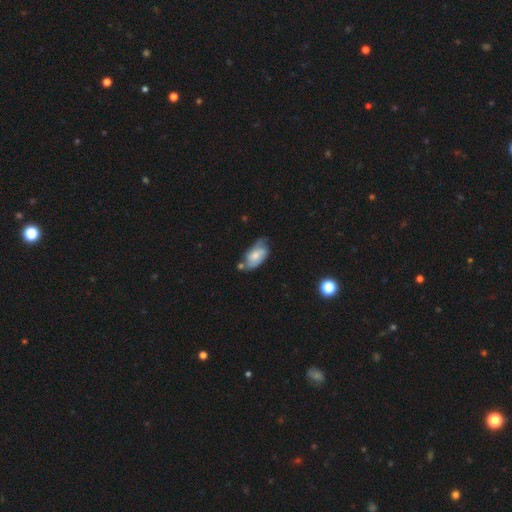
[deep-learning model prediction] Smooth or featured?
  - smooth: 53% *
  - featured or disk: 40%
  - star or artifact: 7%
How rounded?
  - in between: 91% *
  - cigar-shaped: 5%
  - round: 4%
Merging?
  - none: 47% *
  - minor disturbance: 32%
  - merger: 11%
  - major disturbance: 10%